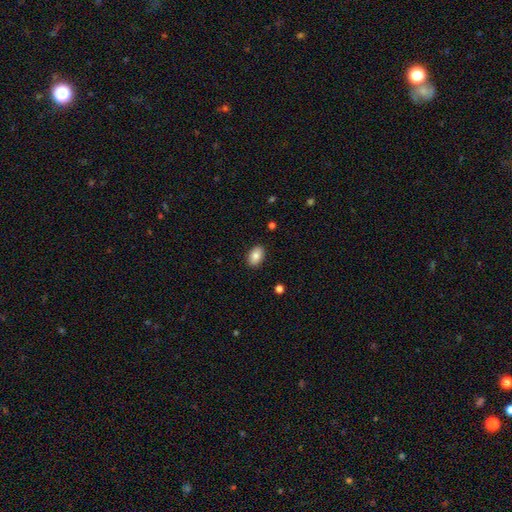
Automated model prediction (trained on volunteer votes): A smooth galaxy with no disk features (84%) that is in between round and cigar-shaped (89%). Merging: none (89%).